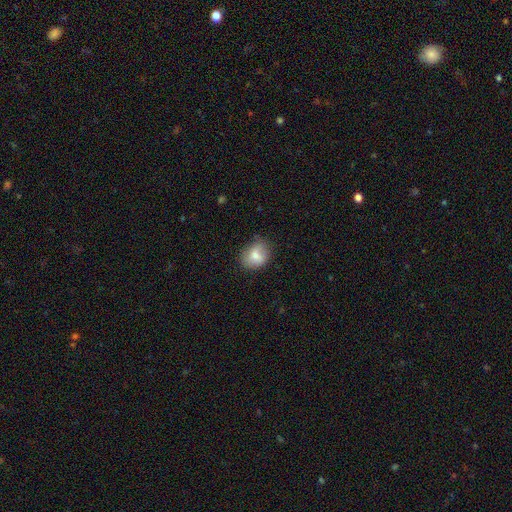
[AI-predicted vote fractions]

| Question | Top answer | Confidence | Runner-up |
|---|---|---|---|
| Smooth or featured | smooth | 76% | featured or disk (16%) |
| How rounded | in between | 52% | round (47%) |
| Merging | none | 62% | minor disturbance (27%) |